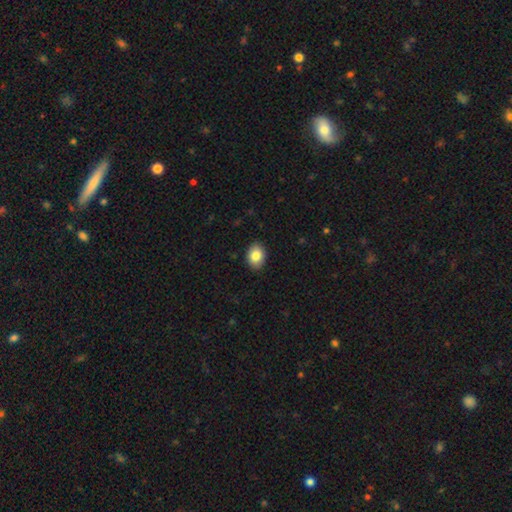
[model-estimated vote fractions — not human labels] smooth 86%, star or artifact 8%, featured or disk 7%. Down the decision tree: how rounded — in between (70%); merging — none (89%).